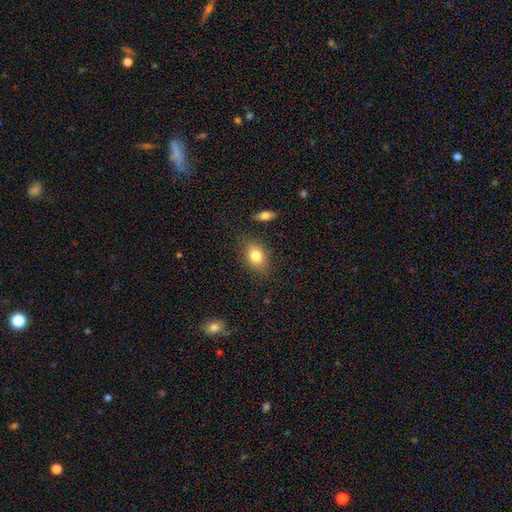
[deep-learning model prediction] This is clearly a smooth galaxy (82%). How rounded: likely in between (73%). Merging: clearly none (81%).